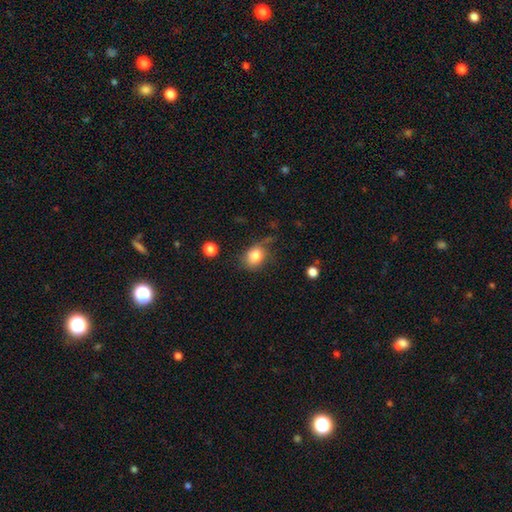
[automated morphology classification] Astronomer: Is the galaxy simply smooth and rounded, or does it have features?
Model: smooth — 81%.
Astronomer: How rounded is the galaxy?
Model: round — 55% (runner-up: in between, 43%).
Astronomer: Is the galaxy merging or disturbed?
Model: none — 63%.